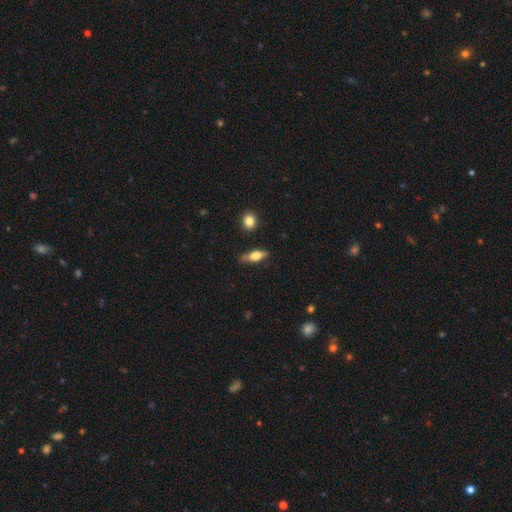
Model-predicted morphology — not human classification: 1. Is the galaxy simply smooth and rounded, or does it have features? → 61% smooth, 32% featured or disk, 7% star or artifact.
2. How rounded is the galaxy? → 61% in between, 35% cigar-shaped, 4% round.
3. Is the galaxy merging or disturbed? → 74% none, 18% minor disturbance, 4% major disturbance, 3% merger.